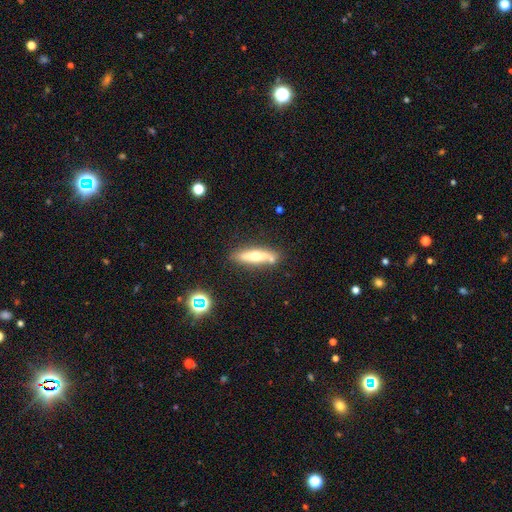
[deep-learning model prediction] Smooth or featured? Predicted: featured or disk (p=0.47). Merging? Predicted: none (p=0.75).